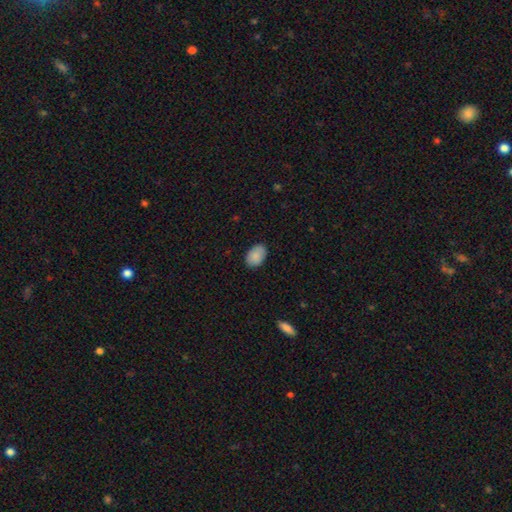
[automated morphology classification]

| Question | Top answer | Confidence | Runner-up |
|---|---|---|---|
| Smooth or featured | smooth | 88% | star or artifact (7%) |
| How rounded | in between | 85% | round (14%) |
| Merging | none | 86% | minor disturbance (11%) |